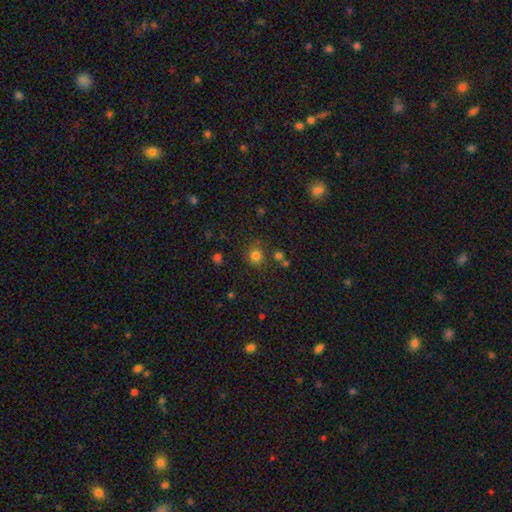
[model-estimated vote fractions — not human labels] The model was most divided on "smooth or featured": smooth: 78%, star or artifact: 16%, featured or disk: 6%. More confident: how rounded — round (85%); merging — none (75%).